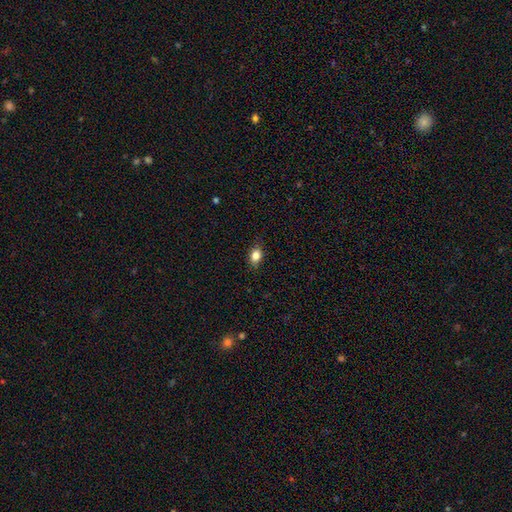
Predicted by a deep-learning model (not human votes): Smooth or featured: smooth — 83% (star or artifact — 10%)
How rounded: in between — 76% (round — 22%)
Merging: none — 85% (minor disturbance — 12%)